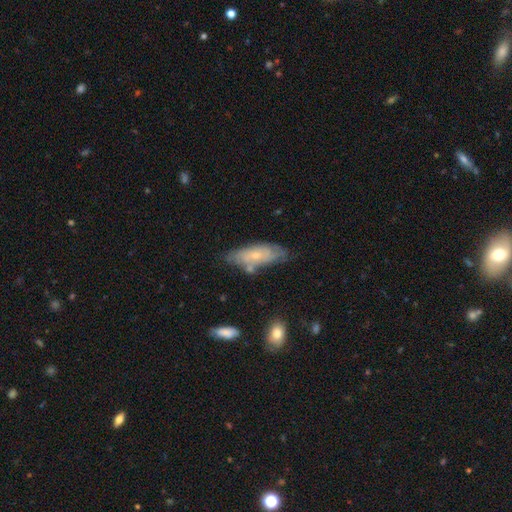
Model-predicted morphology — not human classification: Smooth or featured?
  - featured or disk: 50% *
  - smooth: 43%
  - star or artifact: 7%
Edge-on disk?
  - no: 79% *
  - yes: 21%
Merging?
  - none: 63% *
  - minor disturbance: 24%
  - merger: 7%
  - major disturbance: 6%